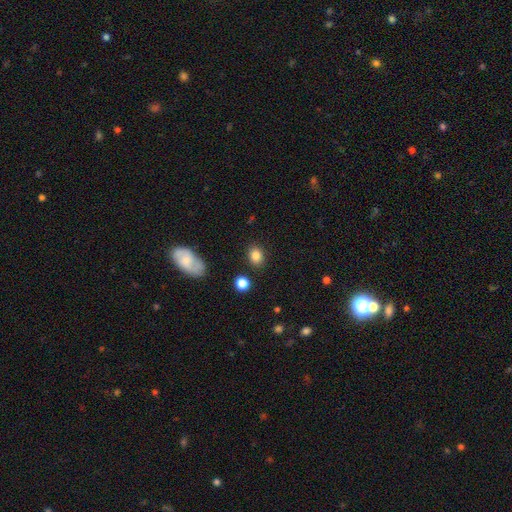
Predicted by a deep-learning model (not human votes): A smooth galaxy with no disk features (84%) that is in between round and cigar-shaped (55%). Merging: none (85%).